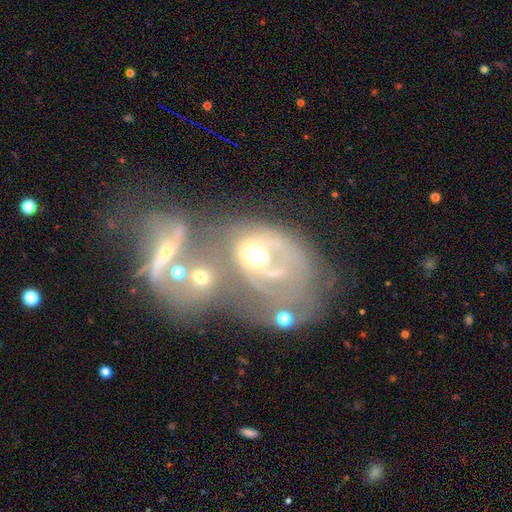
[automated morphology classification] A featured or disk galaxy (64%) with no bar (73%), spiral arms (58%) and a moderate central bulge (59%).

Vote fractions:
- Smooth or featured? featured or disk: 64% / smooth: 24% / star or artifact: 12%
- Edge-on disk? no: 97% / yes: 3%
- Bar? no: 73% / weak: 19% / strong: 7%
- Spiral arms? yes: 58% / no: 42%
- Bulge size? moderate: 59% / large: 19% / small: 11% / none: 6% / dominant: 5%
- Merging? merger: 60% / major disturbance: 19% / none: 13% / minor disturbance: 8%